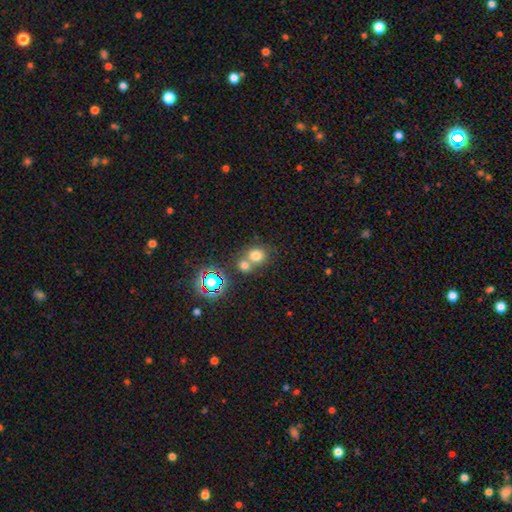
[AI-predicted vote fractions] Overall: smooth (73%). How rounded: round (74%). Merging: merger (45%, tied with none).